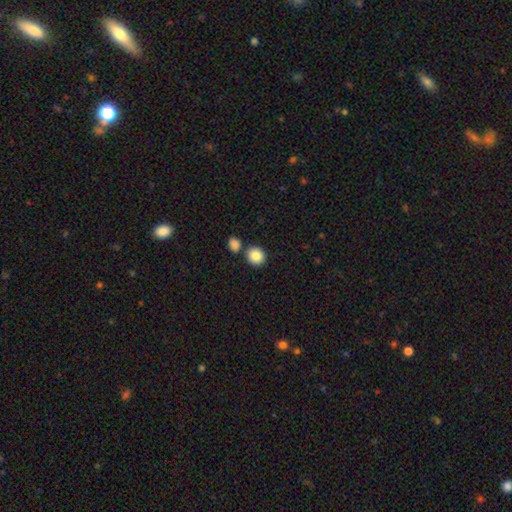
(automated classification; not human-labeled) Smooth or featured? smooth (87%)
How rounded? round (83%)
Merging? none (76%)